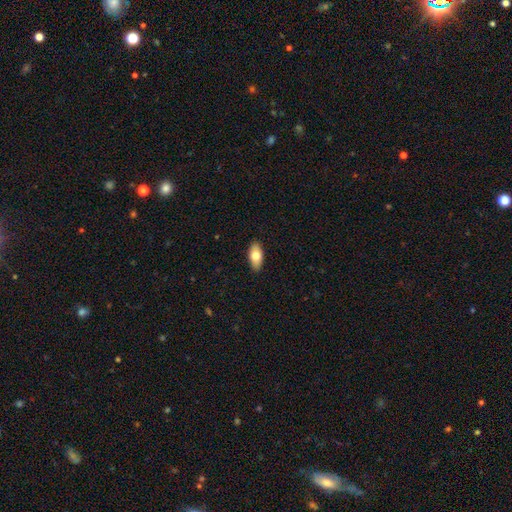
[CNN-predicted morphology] Q: Smooth or featured?
A: smooth (74%); runner-up: featured or disk (19%)
Q: How rounded?
A: in between (90%); runner-up: cigar-shaped (7%)
Q: Merging?
A: none (89%); runner-up: minor disturbance (8%)